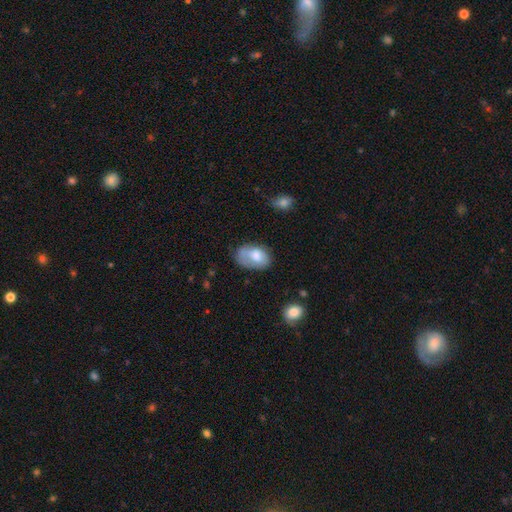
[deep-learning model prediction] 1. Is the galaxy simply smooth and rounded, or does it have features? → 70% smooth, 23% featured or disk, 7% star or artifact.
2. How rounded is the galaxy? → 89% in between, 10% round, 1% cigar-shaped.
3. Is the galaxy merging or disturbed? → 43% none, 34% minor disturbance, 18% major disturbance, 5% merger.